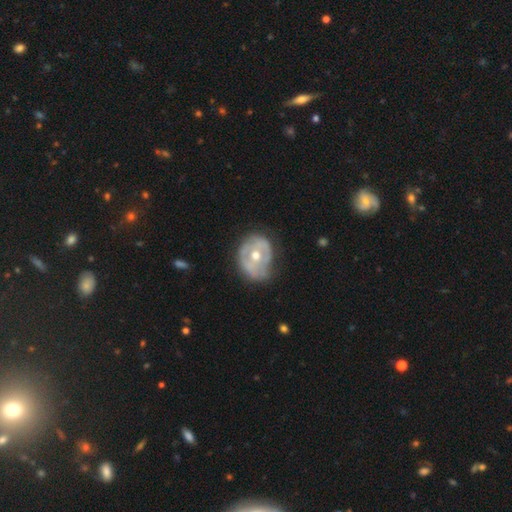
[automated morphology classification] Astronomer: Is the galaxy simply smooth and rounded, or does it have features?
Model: featured or disk — 63%.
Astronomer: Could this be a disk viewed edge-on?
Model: no — 96%.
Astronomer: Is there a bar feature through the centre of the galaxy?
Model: no — 64%.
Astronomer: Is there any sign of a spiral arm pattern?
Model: no — 58% (runner-up: yes, 42%).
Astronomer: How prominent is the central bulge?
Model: moderate — 74%.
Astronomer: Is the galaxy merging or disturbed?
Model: none — 56% (runner-up: minor disturbance, 31%).